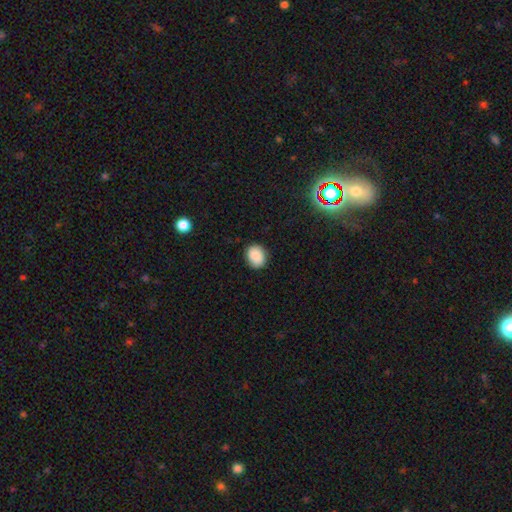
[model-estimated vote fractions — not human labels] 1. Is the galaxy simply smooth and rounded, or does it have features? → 86% smooth, 8% star or artifact, 6% featured or disk.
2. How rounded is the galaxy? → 59% round, 40% in between, 1% cigar-shaped.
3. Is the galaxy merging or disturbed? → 85% none, 11% minor disturbance, 2% major disturbance, 1% merger.